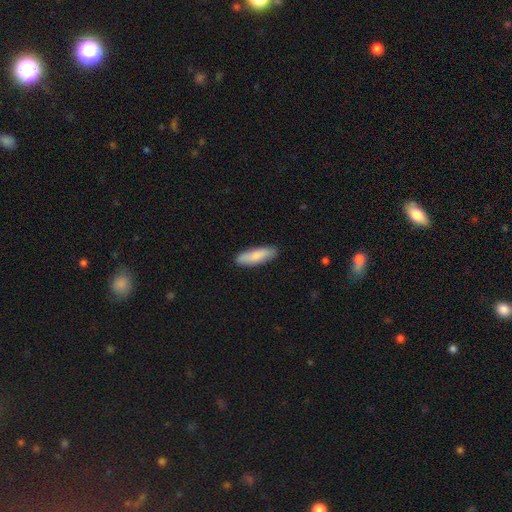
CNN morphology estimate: This is clearly a smooth galaxy (83%). How rounded: possibly cigar-shaped (57%). Merging: clearly none (88%).